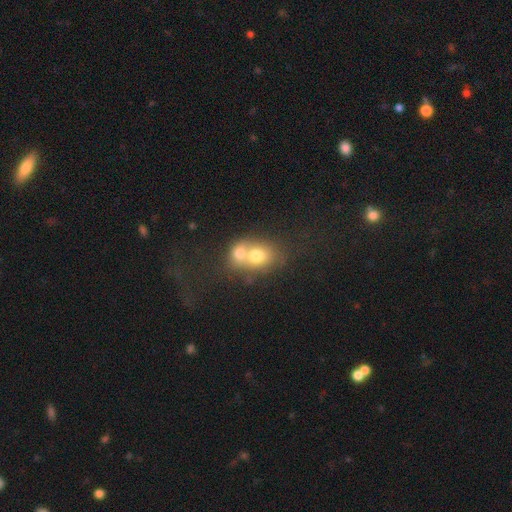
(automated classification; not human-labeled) A smooth galaxy with no disk features (68%) that is round (51%).

Vote fractions:
- Smooth or featured? smooth: 68% / featured or disk: 22% / star or artifact: 10%
- How rounded? round: 51% / in between: 48% / cigar-shaped: 1%
- Merging? merger: 70% / none: 20% / minor disturbance: 6% / major disturbance: 4%